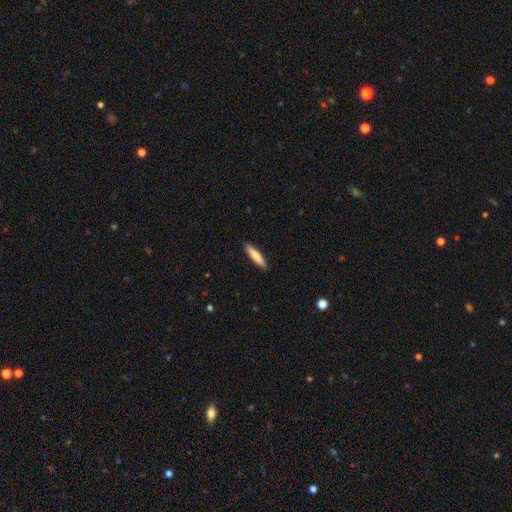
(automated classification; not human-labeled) smooth 67%, featured or disk 28%, star or artifact 5%. Down the decision tree: how rounded — cigar-shaped (82%); merging — none (91%).